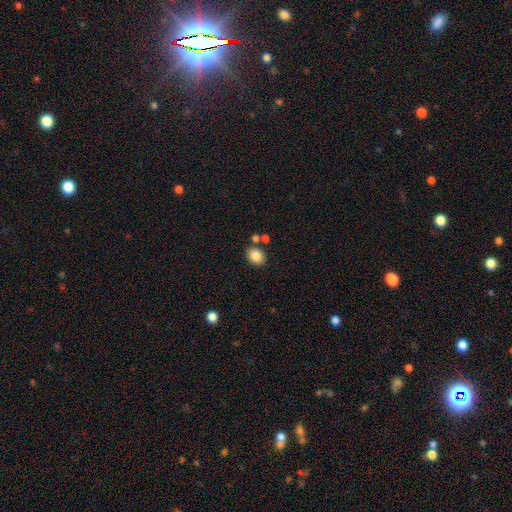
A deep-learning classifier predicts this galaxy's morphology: A smooth galaxy with no disk features (85%) that is in between round and cigar-shaped (50%).

Vote fractions:
- Smooth or featured? smooth: 85% / star or artifact: 9% / featured or disk: 6%
- How rounded? in between: 50% / round: 49% / cigar-shaped: 1%
- Merging? none: 76% / merger: 11% / minor disturbance: 10% / major disturbance: 3%